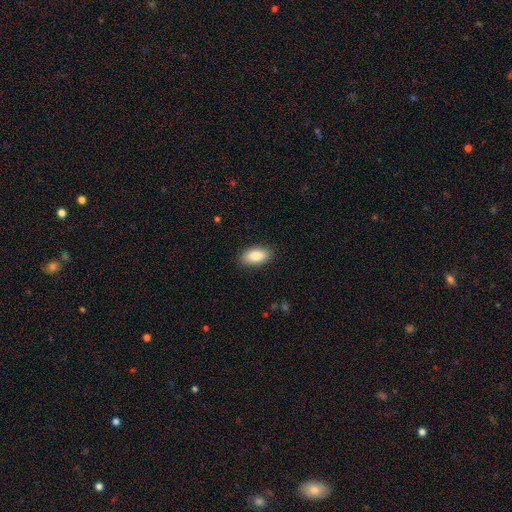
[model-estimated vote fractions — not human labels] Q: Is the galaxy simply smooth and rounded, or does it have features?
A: smooth — 86%.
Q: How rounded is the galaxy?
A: in between — 92%.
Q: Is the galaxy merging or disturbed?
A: none — 88%.